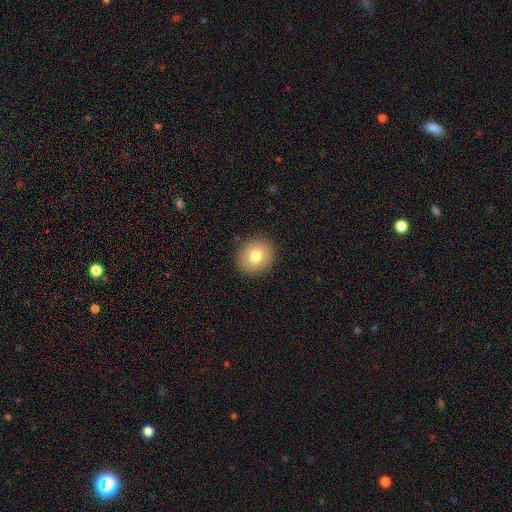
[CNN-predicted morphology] Smooth or featured? smooth (77%)
How rounded? round (80%)
Merging? none (90%)